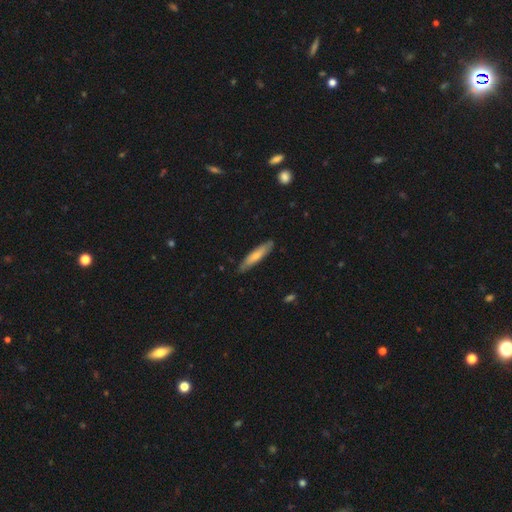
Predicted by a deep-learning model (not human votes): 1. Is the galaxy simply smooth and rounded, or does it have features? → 66% smooth, 29% featured or disk, 5% star or artifact.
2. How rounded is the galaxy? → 86% cigar-shaped, 13% in between, 1% round.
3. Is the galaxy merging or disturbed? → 85% none, 12% minor disturbance, 2% major disturbance, 1% merger.